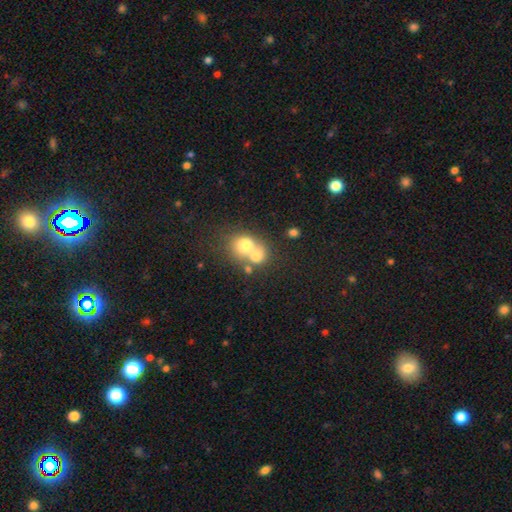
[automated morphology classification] Overall: smooth (70%). How rounded: round (67%; in between 32%). Merging: merger (65%).